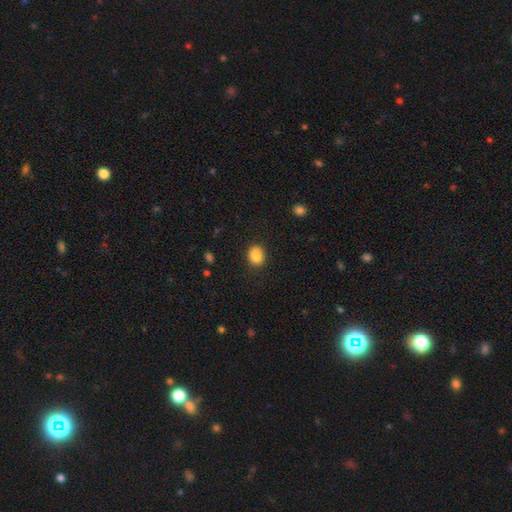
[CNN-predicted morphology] Smooth or featured: smooth — 86% (star or artifact — 9%)
How rounded: round — 59% (in between — 40%)
Merging: none — 87% (minor disturbance — 9%)